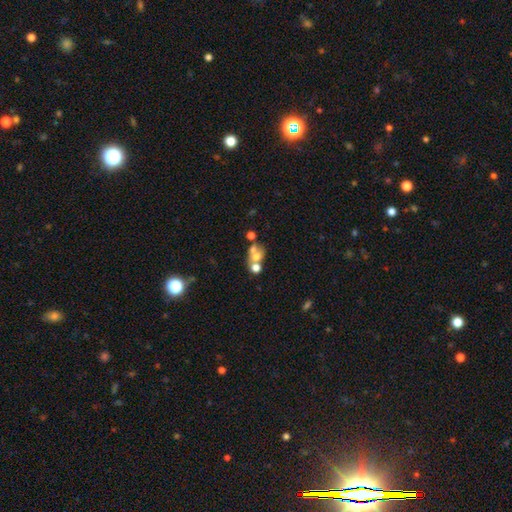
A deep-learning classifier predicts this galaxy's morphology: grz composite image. It shows a smooth galaxy with no disk features (52%) that is round (54%). Merging: merger (52%).